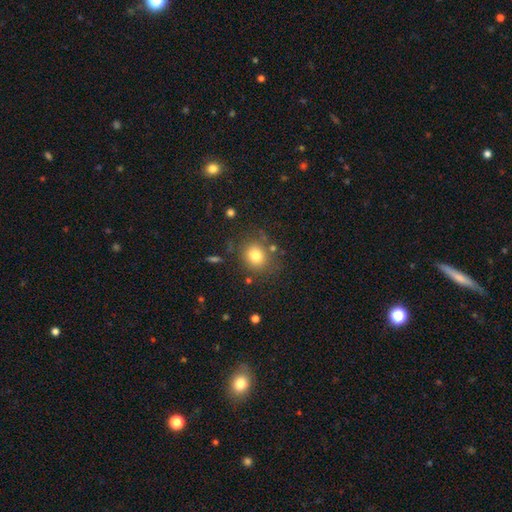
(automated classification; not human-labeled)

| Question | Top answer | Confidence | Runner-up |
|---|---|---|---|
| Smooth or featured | smooth | 77% | star or artifact (12%) |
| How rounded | round | 72% | in between (27%) |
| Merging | none | 77% | minor disturbance (13%) |